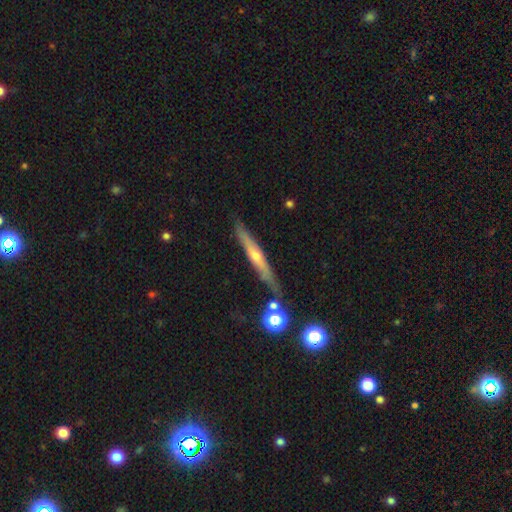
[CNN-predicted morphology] smooth_or_featured: featured or disk (p=0.62) [alt: smooth p=0.30]
disk_edge_on: yes (p=0.93) [alt: no p=0.07]
edge_on_bulge: rounded (p=0.63) [alt: none p=0.33]
merging: none (p=0.79) [alt: minor disturbance p=0.13]